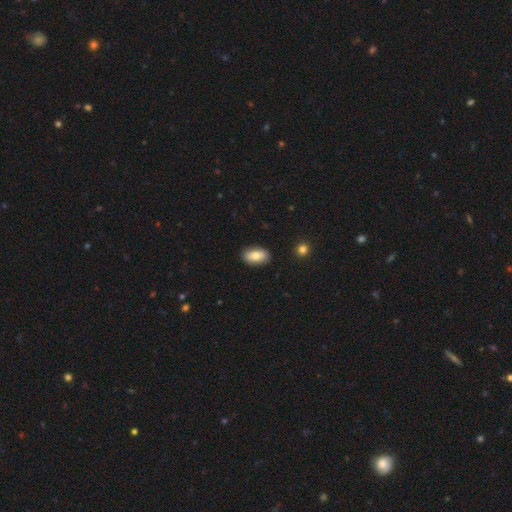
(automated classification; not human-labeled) Overall: smooth (78%). How rounded: in between (92%). Merging: none (88%).